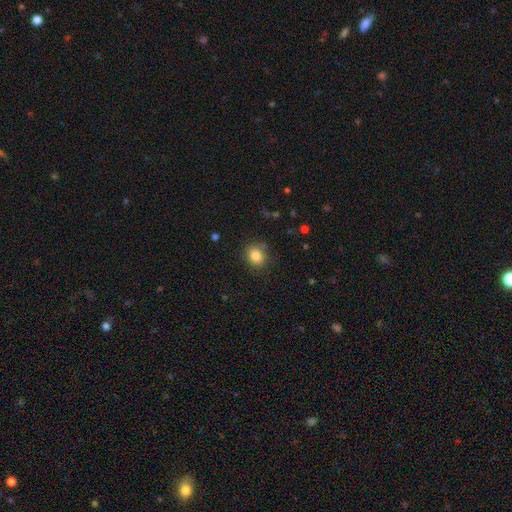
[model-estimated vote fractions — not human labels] Morphology: type=smooth (85%); roundness=round (67%); merging=none (82%).